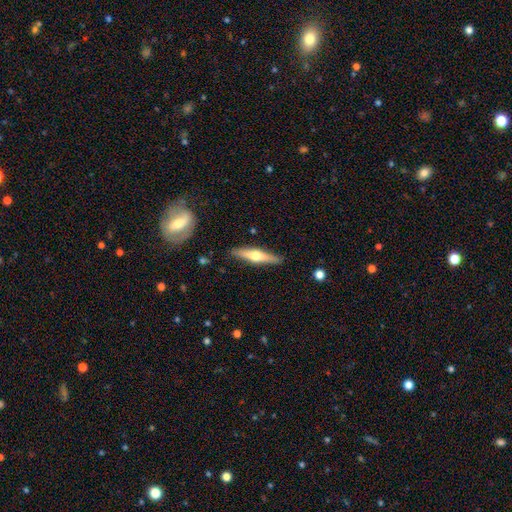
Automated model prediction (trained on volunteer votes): smooth_or_featured: featured or disk (p=0.61) [alt: smooth p=0.34]
disk_edge_on: yes (p=0.95) [alt: no p=0.05]
edge_on_bulge: rounded (p=0.94) [alt: none p=0.03]
merging: none (p=0.90) [alt: minor disturbance p=0.07]